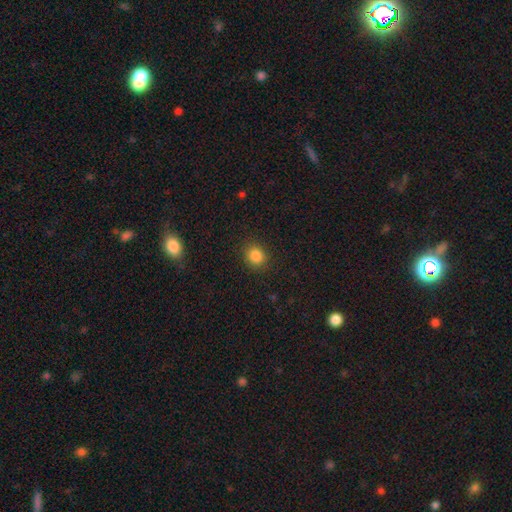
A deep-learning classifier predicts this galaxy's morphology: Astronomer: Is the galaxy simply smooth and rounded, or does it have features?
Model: smooth — 84%.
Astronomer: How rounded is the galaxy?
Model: round — 75%.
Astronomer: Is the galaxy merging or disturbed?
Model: none — 89%.